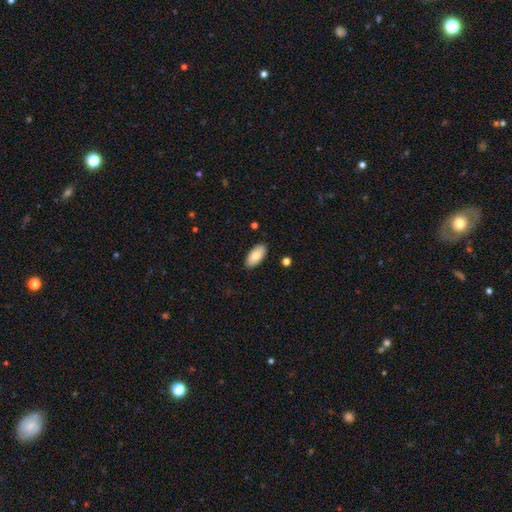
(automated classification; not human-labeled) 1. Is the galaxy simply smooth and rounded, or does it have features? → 84% smooth, 10% featured or disk, 6% star or artifact.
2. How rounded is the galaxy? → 93% in between, 6% cigar-shaped, 2% round.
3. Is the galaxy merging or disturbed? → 89% none, 8% minor disturbance, 2% major disturbance, 1% merger.